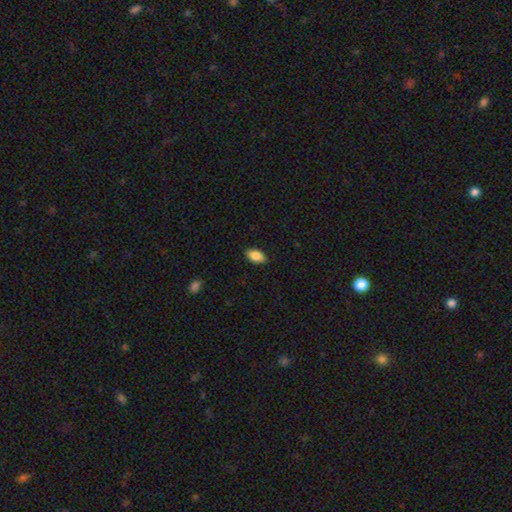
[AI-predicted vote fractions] This appears to be a smooth galaxy with no disk features (87%) that is in between round and cigar-shaped (92%). Merging: none (87%).